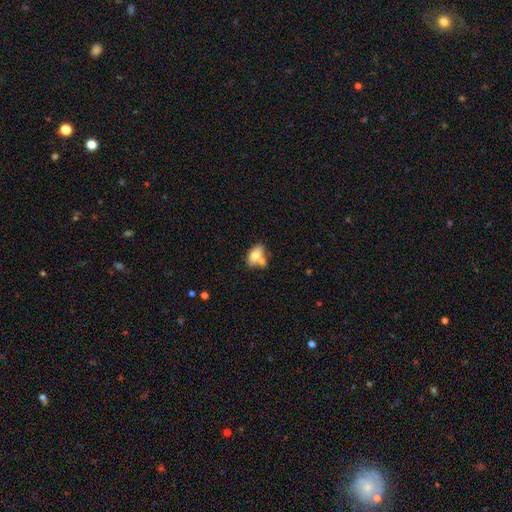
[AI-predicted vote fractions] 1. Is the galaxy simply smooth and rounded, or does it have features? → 76% smooth, 17% featured or disk, 8% star or artifact.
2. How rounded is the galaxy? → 86% in between, 11% round, 2% cigar-shaped.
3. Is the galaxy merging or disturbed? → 42% none, 39% merger, 14% minor disturbance, 5% major disturbance.